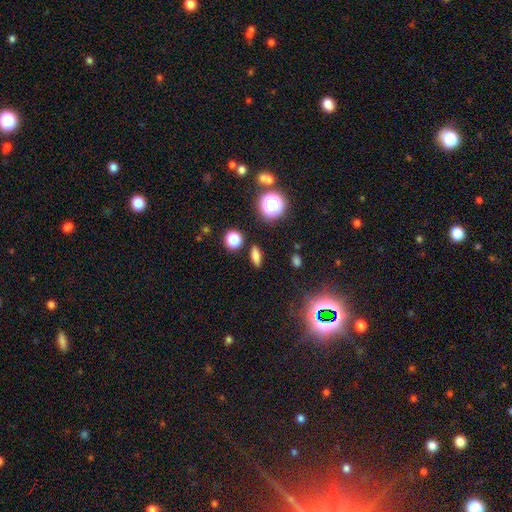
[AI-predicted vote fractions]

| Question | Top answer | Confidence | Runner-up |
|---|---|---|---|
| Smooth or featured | smooth | 71% | star or artifact (16%) |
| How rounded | in between | 50% | cigar-shaped (33%) |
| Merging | none | 87% | minor disturbance (8%) |